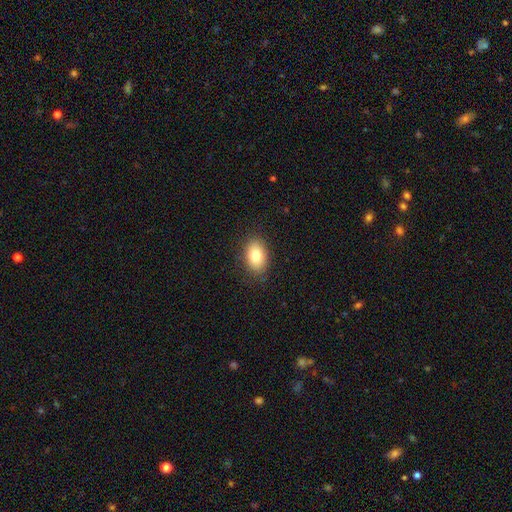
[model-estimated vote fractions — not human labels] Overall: smooth (80%). How rounded: in between (84%). Merging: none (86%).